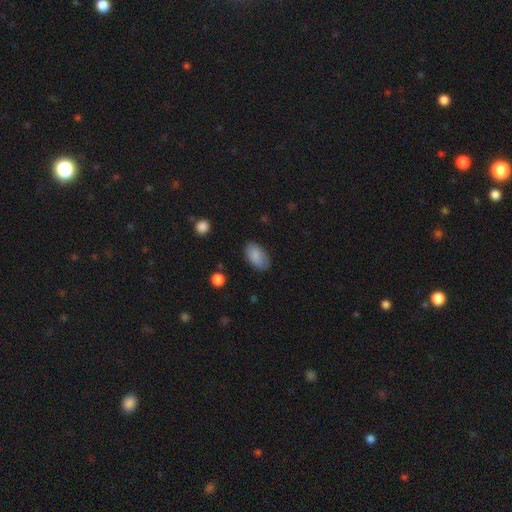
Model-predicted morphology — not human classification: A smooth galaxy with no disk features (86%) that is in between round and cigar-shaped (94%).

Vote fractions:
- Smooth or featured? smooth: 86% / featured or disk: 7% / star or artifact: 7%
- How rounded? in between: 94% / round: 4% / cigar-shaped: 2%
- Merging? none: 82% / minor disturbance: 14% / major disturbance: 3% / merger: 1%